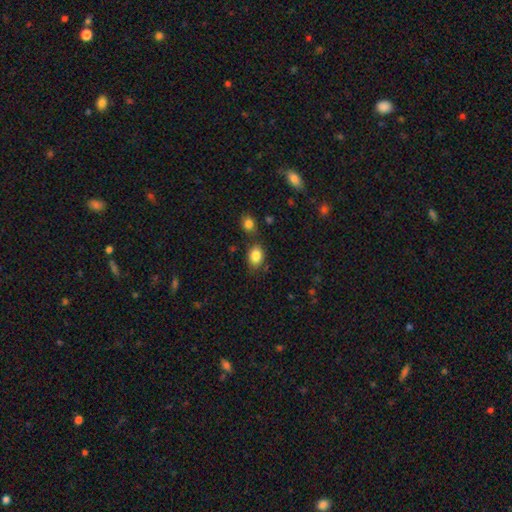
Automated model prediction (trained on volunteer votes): Smooth or featured? Predicted: smooth (p=0.85). How rounded? Predicted: in between (p=0.72). Merging? Predicted: none (p=0.73).